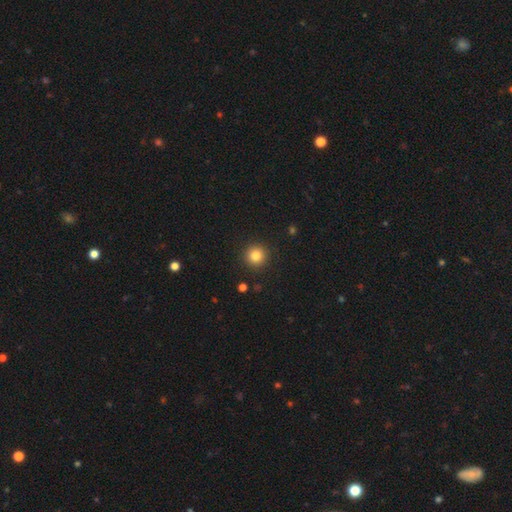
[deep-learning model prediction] Smooth or featured? Predicted: smooth (p=0.82). How rounded? Predicted: round (p=0.95). Merging? Predicted: none (p=0.92).